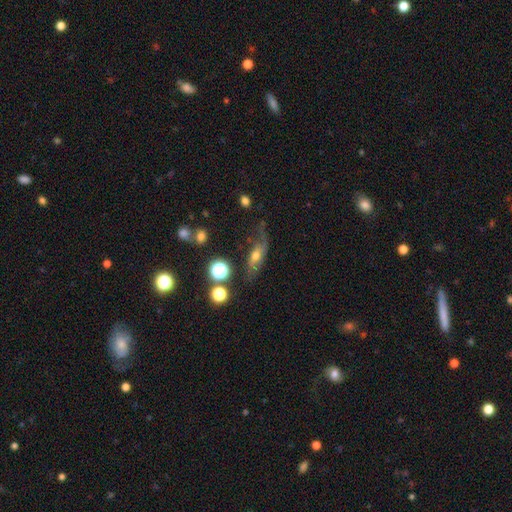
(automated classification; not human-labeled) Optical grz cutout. It shows a featured or disk galaxy (45%). Merging: none (45%).